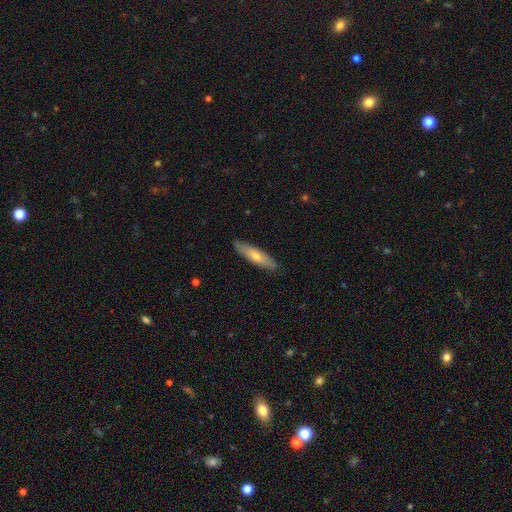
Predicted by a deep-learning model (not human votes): smooth_or_featured: smooth (p=0.60) [alt: featured or disk p=0.34]
how_rounded: cigar-shaped (p=0.77) [alt: in between p=0.21]
merging: none (p=0.89) [alt: minor disturbance p=0.09]